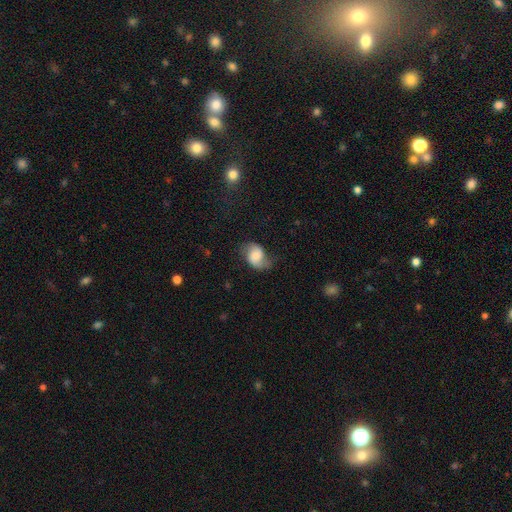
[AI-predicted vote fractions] A featured or disk galaxy (48%). Merging: none (54%).